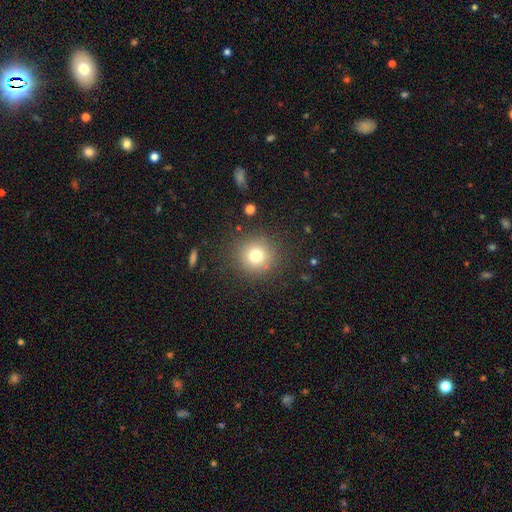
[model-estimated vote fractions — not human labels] Q: Smooth or featured?
A: smooth (76%); runner-up: star or artifact (14%)
Q: How rounded?
A: round (93%); runner-up: in between (6%)
Q: Merging?
A: none (87%); runner-up: minor disturbance (8%)